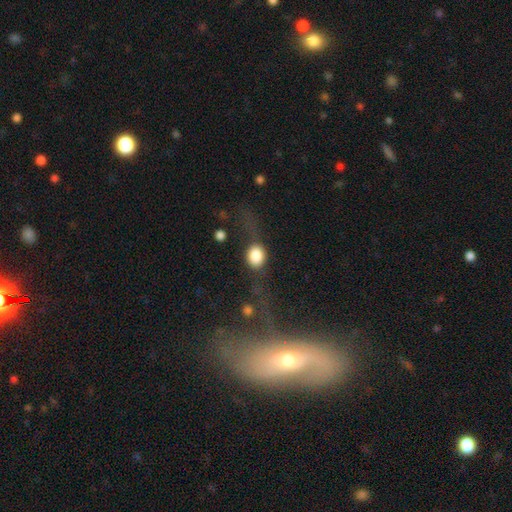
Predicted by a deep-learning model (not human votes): Overall: smooth (77%). How rounded: round (56%; in between 41%). Merging: none (53%; major disturbance 21%).